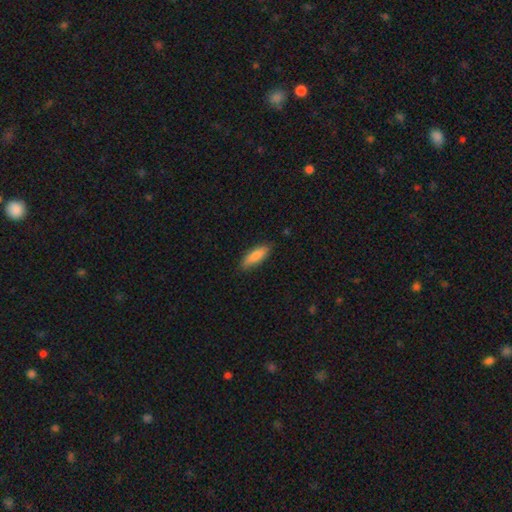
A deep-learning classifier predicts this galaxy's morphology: smooth-or-featured: smooth: 84% | featured or disk: 10% | star or artifact: 6%
  how-rounded: in between: 55% | cigar-shaped: 43% | round: 2%
  merging: none: 82% | minor disturbance: 15% | major disturbance: 2% | merger: 1%